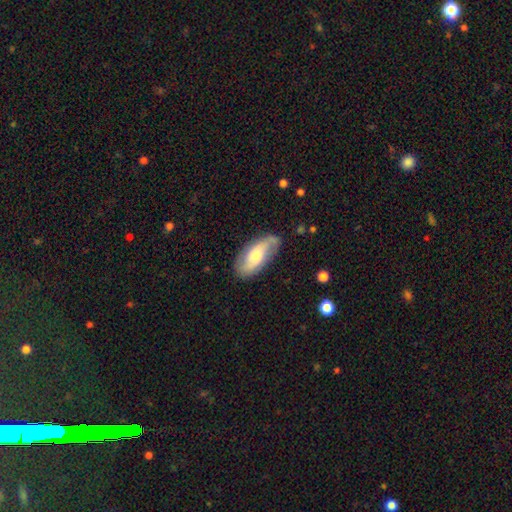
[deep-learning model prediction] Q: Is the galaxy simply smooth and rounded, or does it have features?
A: featured or disk — 55%.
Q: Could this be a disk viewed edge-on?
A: no — 89%.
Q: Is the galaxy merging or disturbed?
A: none — 77%.